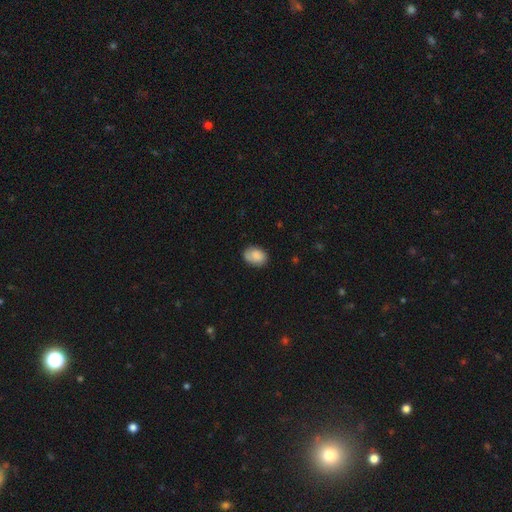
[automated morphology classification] type=smooth (78%); roundness=in between (79%); merging=none (72%).